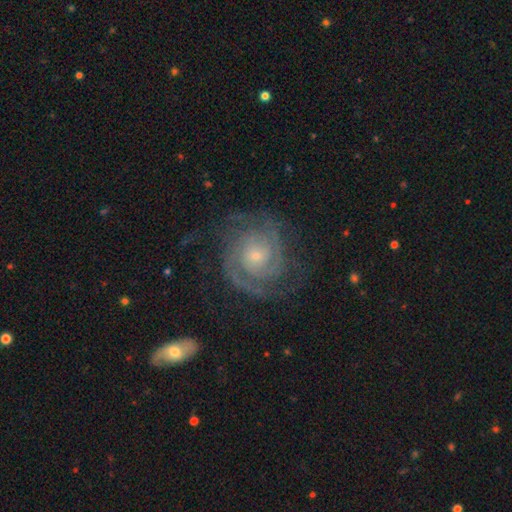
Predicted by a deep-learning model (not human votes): Morphology: type=featured or disk (90%); edge-on=no (98%); bar=no (72%); spiral arms=yes (98%); winding=tight (70%); arm count=2 (49%); bulge=small (68%); merging=none (76%).